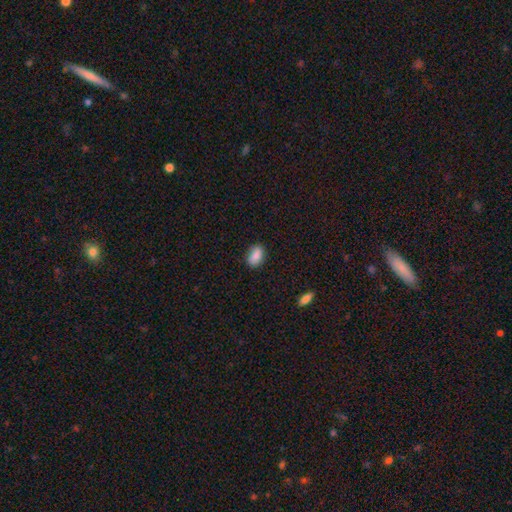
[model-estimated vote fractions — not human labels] Smooth or featured? Predicted: smooth (p=0.86). How rounded? Predicted: in between (p=0.86). Merging? Predicted: none (p=0.81).